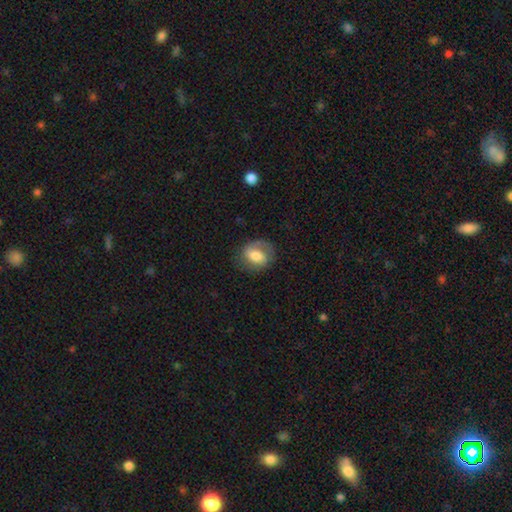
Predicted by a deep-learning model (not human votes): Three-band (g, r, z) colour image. It shows a smooth galaxy with no disk features (58%) that is in between round and cigar-shaped (59%). Merging: none (68%).